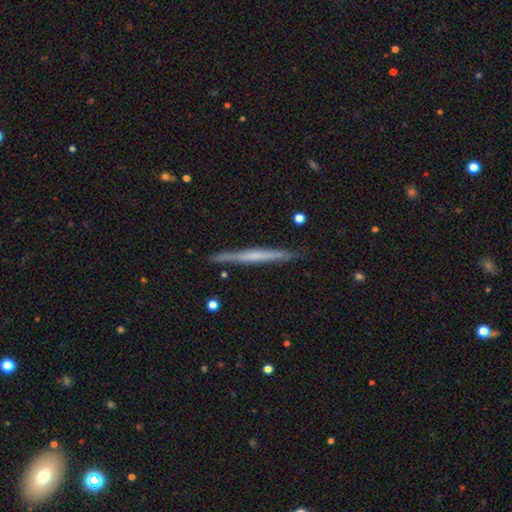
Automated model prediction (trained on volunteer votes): Smooth or featured?
  - featured or disk: 57% *
  - smooth: 37%
  - star or artifact: 5%
Edge-on disk?
  - yes: 98% *
  - no: 2%
Edge-on bulge?
  - none: 75% *
  - rounded: 17%
  - boxy: 8%
Merging?
  - none: 90% *
  - minor disturbance: 7%
  - major disturbance: 1%
  - merger: 1%